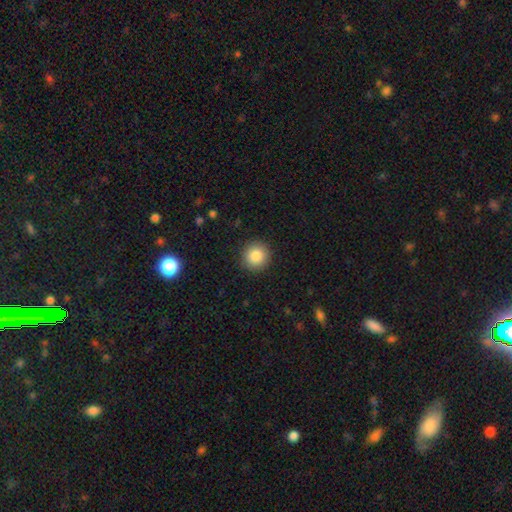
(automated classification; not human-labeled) Q: Smooth or featured?
A: smooth (86%); runner-up: star or artifact (9%)
Q: How rounded?
A: round (93%); runner-up: in between (6%)
Q: Merging?
A: none (91%); runner-up: minor disturbance (6%)